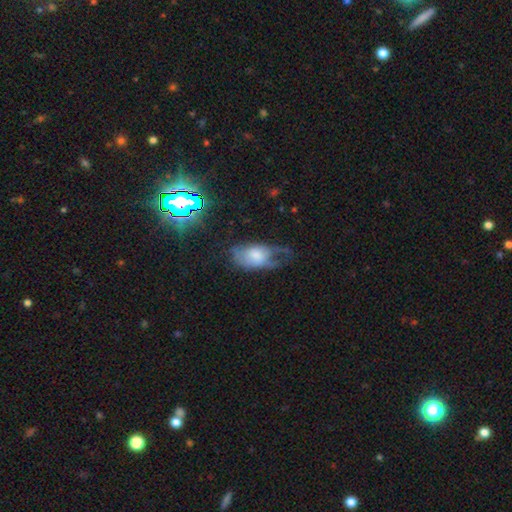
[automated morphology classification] smooth-or-featured: smooth: 53% | featured or disk: 37% | star or artifact: 10%
  how-rounded: in between: 90% | round: 7% | cigar-shaped: 3%
  merging: major disturbance: 45% | minor disturbance: 27% | none: 25% | merger: 3%